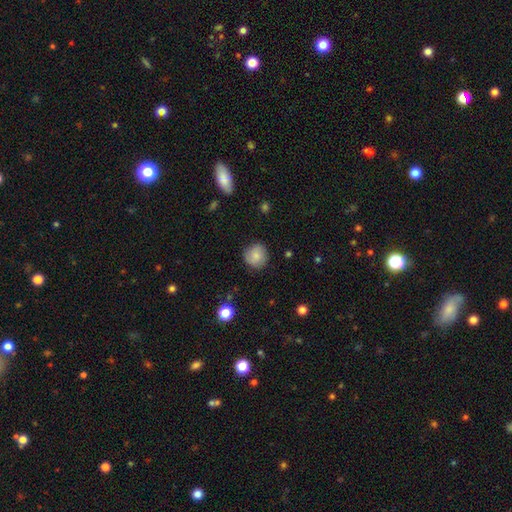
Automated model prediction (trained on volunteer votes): Morphology: type=smooth (80%); roundness=round (91%); merging=none (83%).